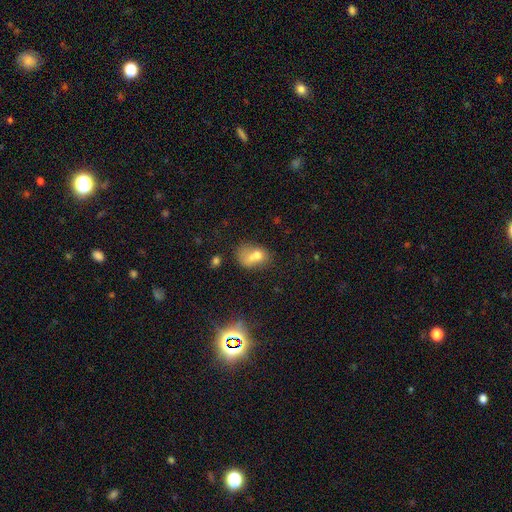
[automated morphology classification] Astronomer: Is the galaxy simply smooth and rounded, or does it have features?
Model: smooth — 63%.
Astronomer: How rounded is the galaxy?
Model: in between — 61% (runner-up: round, 37%).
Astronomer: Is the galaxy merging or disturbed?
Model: merger — 52%.